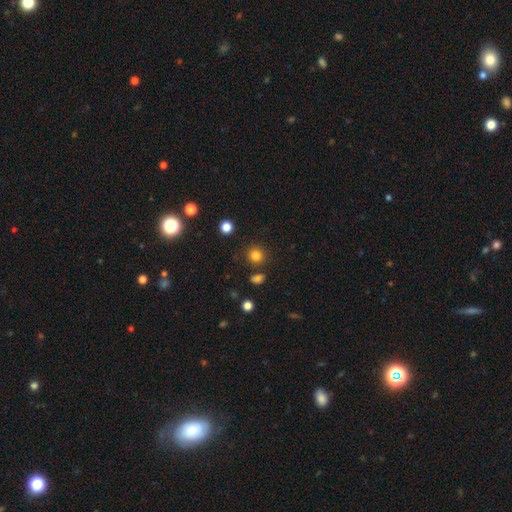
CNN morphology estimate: type=smooth (82%); roundness=round (88%); merging=none (84%).